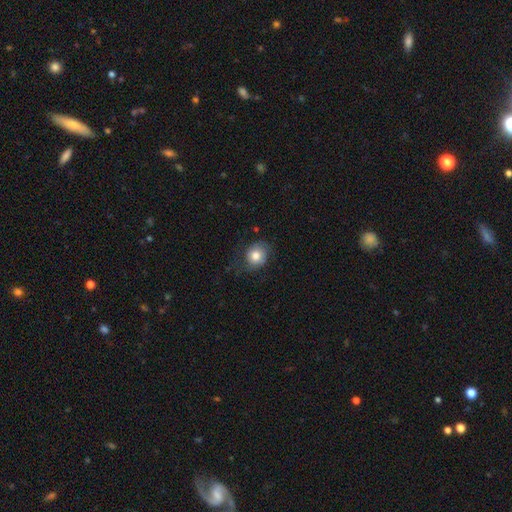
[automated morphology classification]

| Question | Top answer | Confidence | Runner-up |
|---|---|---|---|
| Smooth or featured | smooth | 77% | featured or disk (15%) |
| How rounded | round | 69% | in between (30%) |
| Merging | none | 61% | minor disturbance (25%) |